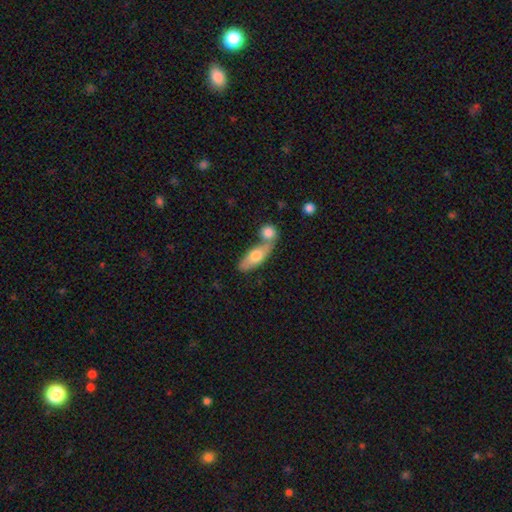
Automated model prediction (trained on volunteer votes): Morphology: type=smooth (65%); roundness=in between (65%); merging=merger (45%).